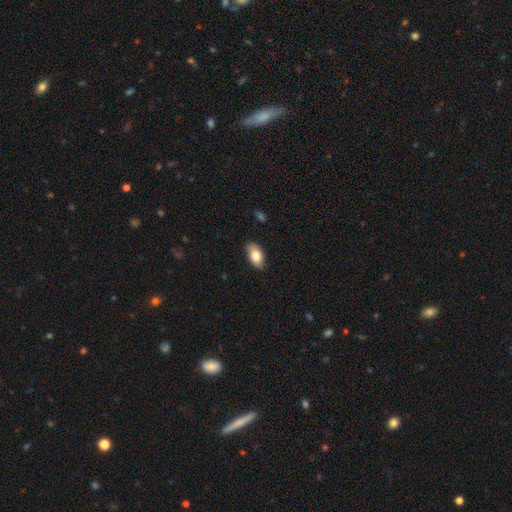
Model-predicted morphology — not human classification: smooth_or_featured: smooth (p=0.81) [alt: featured or disk p=0.12]
how_rounded: in between (p=0.92) [alt: round p=0.05]
merging: none (p=0.82) [alt: minor disturbance p=0.15]